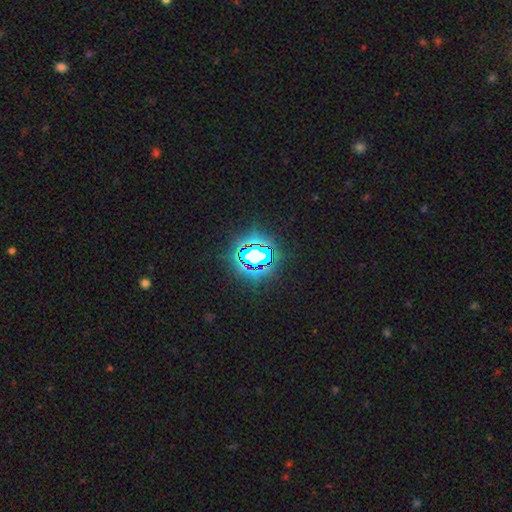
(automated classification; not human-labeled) The model was most divided on "smooth or featured": star or artifact: 74%, smooth: 14%, featured or disk: 11%.